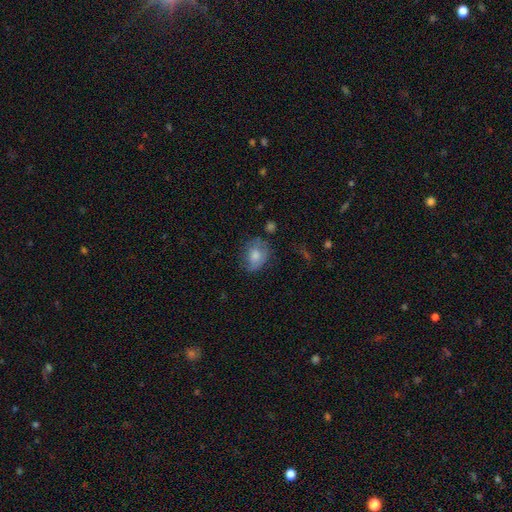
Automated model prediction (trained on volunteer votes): Morphology: type=smooth (73%); roundness=in between (58%); merging=none (53%).